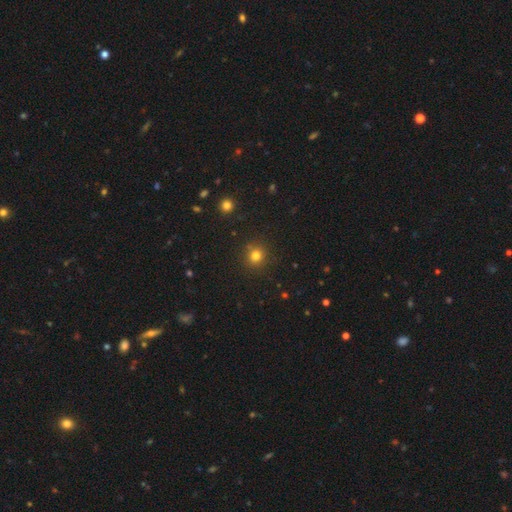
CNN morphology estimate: type=smooth (78%); roundness=round (92%); merging=none (88%).